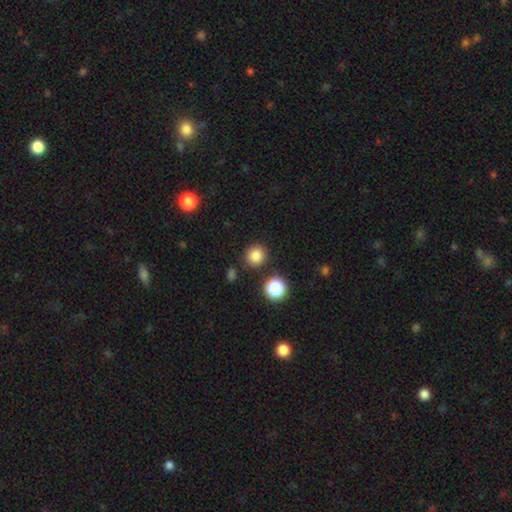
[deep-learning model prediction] smooth-or-featured: smooth: 83% | star or artifact: 13% | featured or disk: 4%
  how-rounded: round: 90% | in between: 9% | cigar-shaped: 1%
  merging: none: 86% | minor disturbance: 7% | merger: 4% | major disturbance: 3%